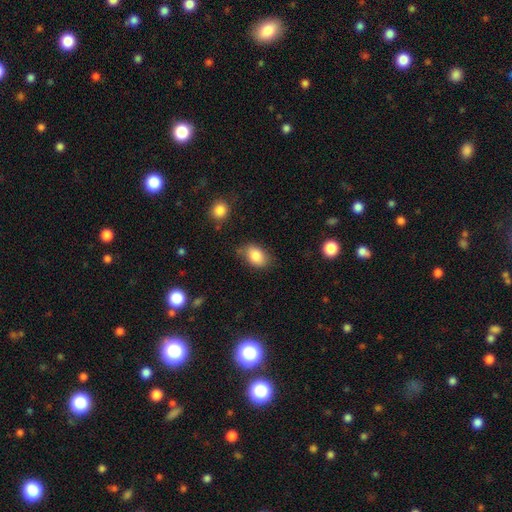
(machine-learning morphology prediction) A smooth galaxy with no disk features (84%) that is in between round and cigar-shaped (84%).

Vote fractions:
- Smooth or featured? smooth: 84% / featured or disk: 8% / star or artifact: 8%
- How rounded? in between: 84% / round: 15% / cigar-shaped: 1%
- Merging? none: 73% / minor disturbance: 19% / major disturbance: 4% / merger: 3%